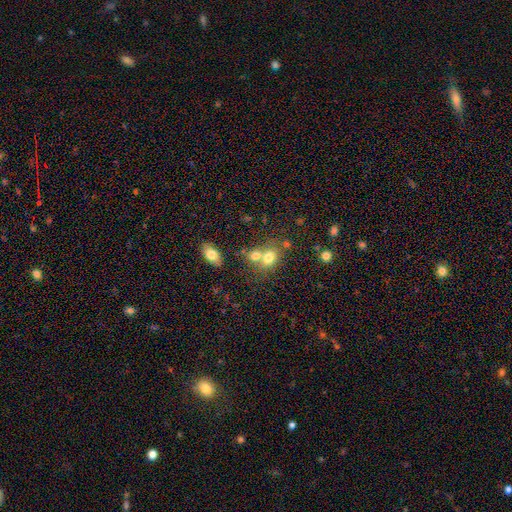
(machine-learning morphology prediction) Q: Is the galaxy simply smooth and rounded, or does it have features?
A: smooth — 73%.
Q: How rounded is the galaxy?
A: in between — 59%.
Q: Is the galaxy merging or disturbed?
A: merger — 56%.